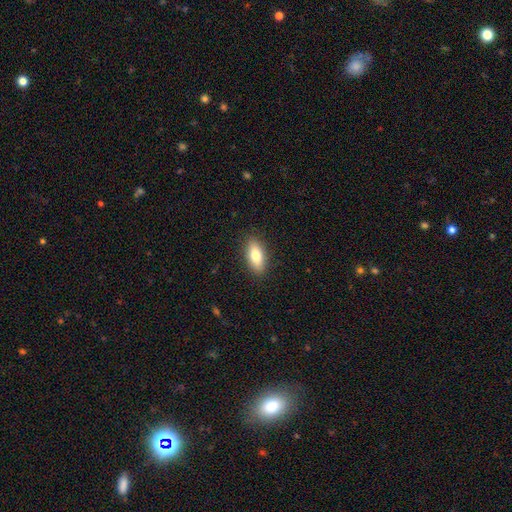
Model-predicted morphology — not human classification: Smooth or featured: smooth — 77% (featured or disk — 16%)
How rounded: in between — 81% (cigar-shaped — 16%)
Merging: none — 88% (minor disturbance — 9%)